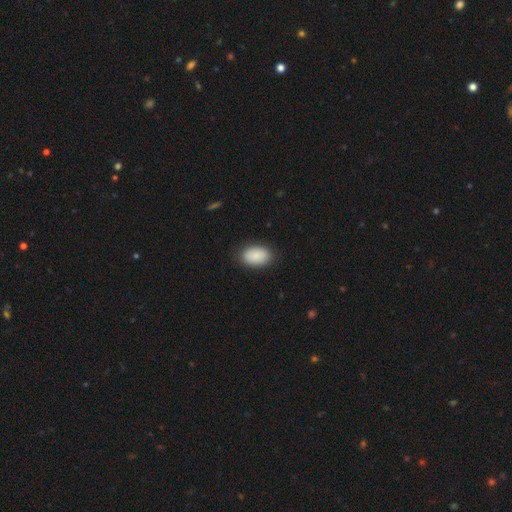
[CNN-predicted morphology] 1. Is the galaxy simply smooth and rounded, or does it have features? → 89% smooth, 6% star or artifact, 4% featured or disk.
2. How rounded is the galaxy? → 91% in between, 8% round, 1% cigar-shaped.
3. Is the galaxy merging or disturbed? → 86% none, 10% minor disturbance, 3% major disturbance, 1% merger.